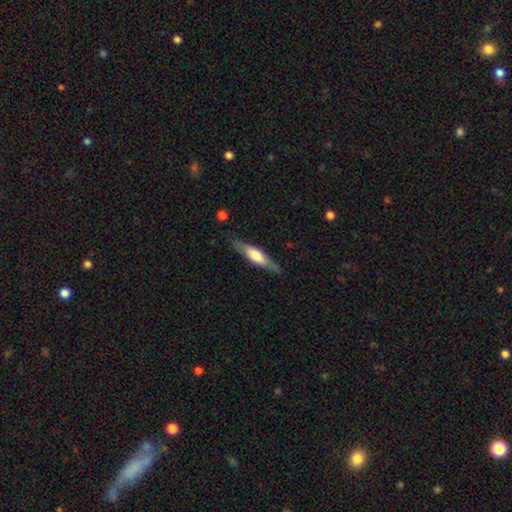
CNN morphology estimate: Overall: featured or disk (49%; smooth 45%). Merging: none (85%).